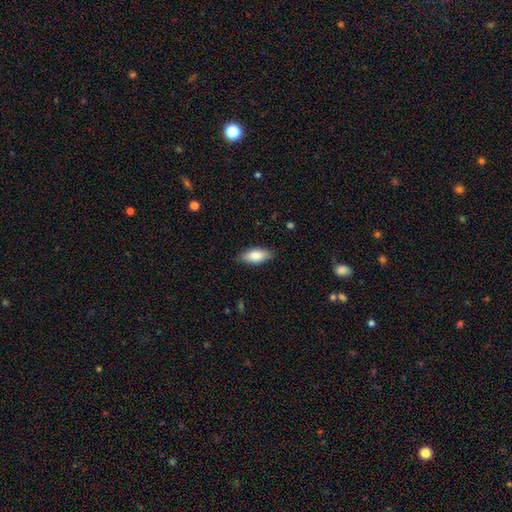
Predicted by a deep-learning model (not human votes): A smooth galaxy with no disk features (83%) that is in between round and cigar-shaped (86%). Merging: none (85%).